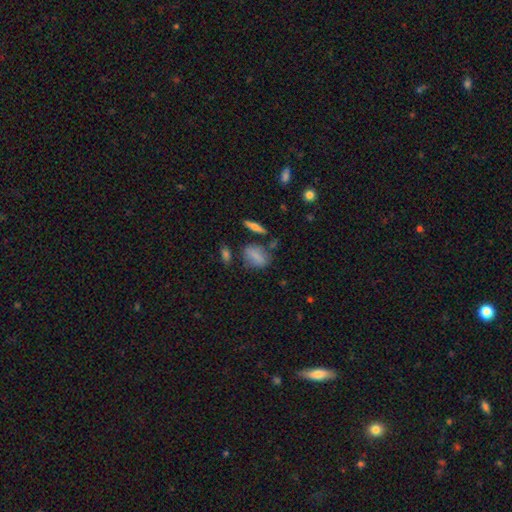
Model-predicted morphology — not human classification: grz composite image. It shows a smooth galaxy with no disk features (75%) that is in between round and cigar-shaped (72%). Merging: none (59%).